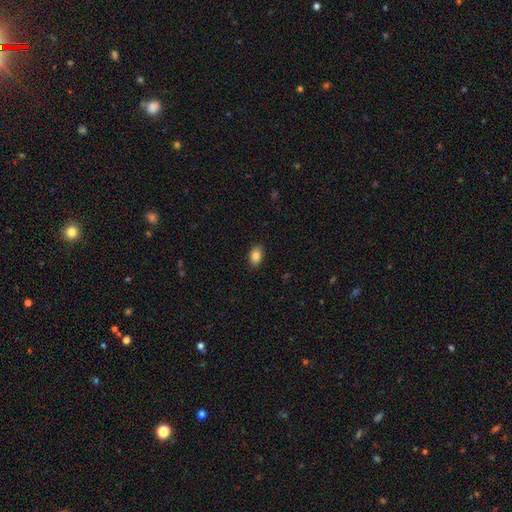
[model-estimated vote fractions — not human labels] smooth-or-featured: smooth: 85% | star or artifact: 8% | featured or disk: 7%
  how-rounded: in between: 86% | round: 13% | cigar-shaped: 1%
  merging: none: 89% | minor disturbance: 9% | major disturbance: 2% | merger: 1%